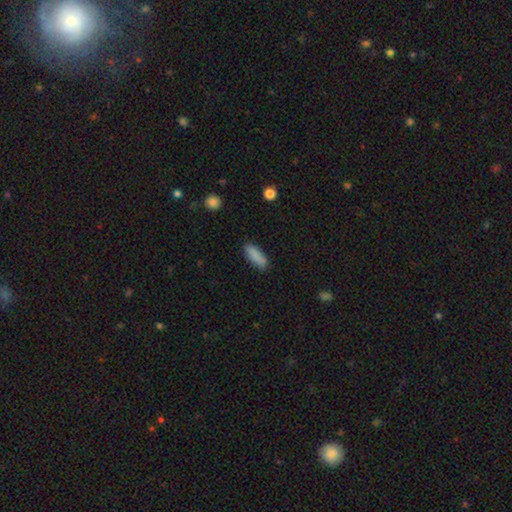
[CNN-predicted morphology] Smooth or featured: smooth — 87% (star or artifact — 7%)
How rounded: in between — 64% (cigar-shaped — 34%)
Merging: none — 79% (minor disturbance — 15%)